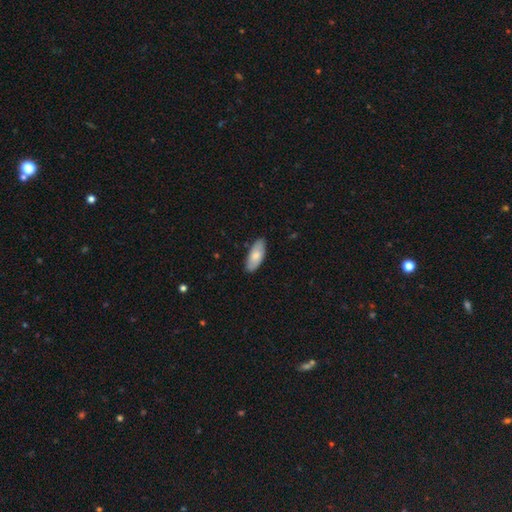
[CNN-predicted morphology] smooth-or-featured: smooth: 77% | featured or disk: 18% | star or artifact: 5%
  how-rounded: in between: 86% | cigar-shaped: 12% | round: 2%
  merging: none: 85% | minor disturbance: 12% | major disturbance: 2% | merger: 1%